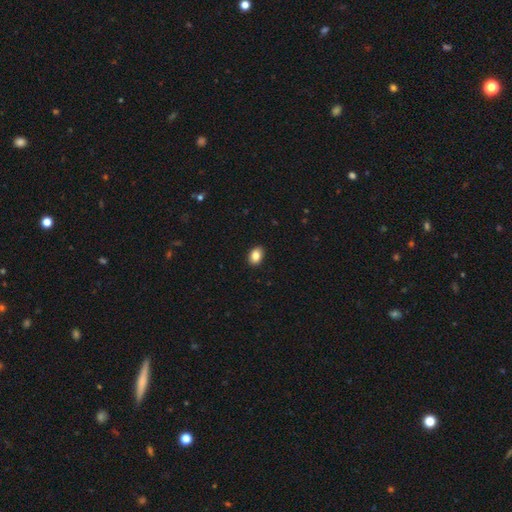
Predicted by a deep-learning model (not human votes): Smooth or featured: smooth — 86% (star or artifact — 8%)
How rounded: in between — 82% (round — 17%)
Merging: none — 90% (minor disturbance — 7%)